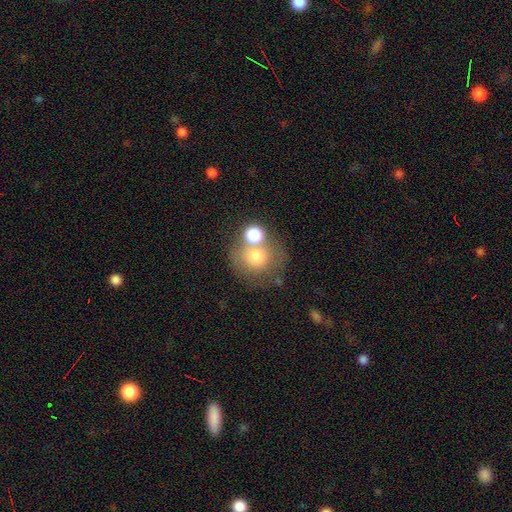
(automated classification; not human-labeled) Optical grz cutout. It shows a smooth galaxy with no disk features (71%) that is round (80%). Merging: none (49%).